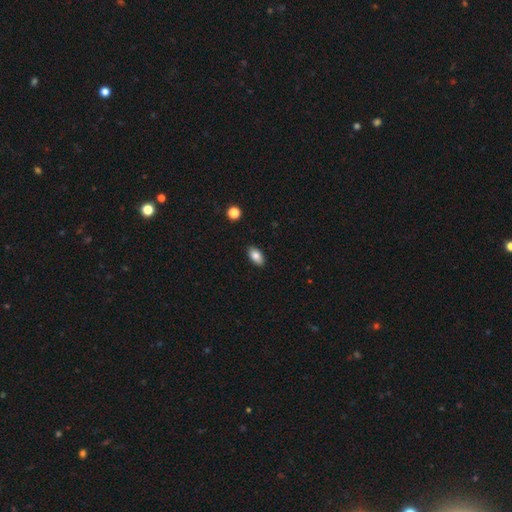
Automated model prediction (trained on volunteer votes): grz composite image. It shows a smooth galaxy with no disk features (83%) that is in between round and cigar-shaped (92%). Merging: none (88%).